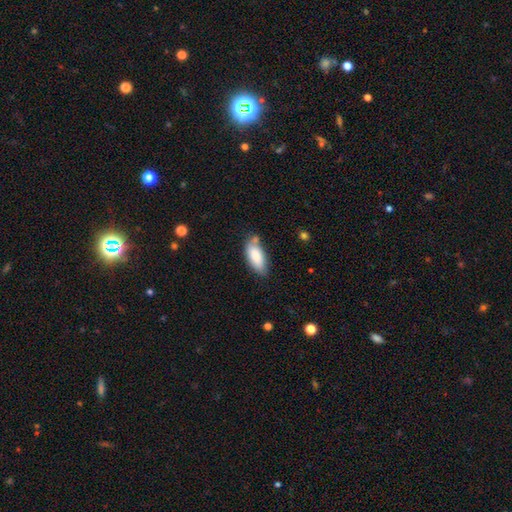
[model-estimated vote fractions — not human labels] A smooth galaxy with no disk features (84%) that is in between round and cigar-shaped (84%). Merging: none (61%).